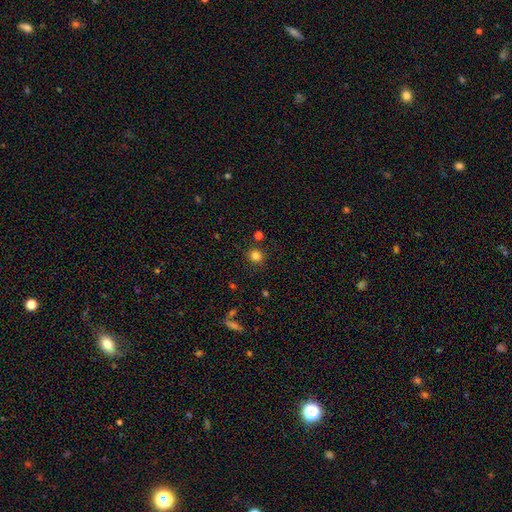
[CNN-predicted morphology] This is clearly a smooth galaxy (82%). How rounded: clearly round (90%). Merging: clearly none (87%).